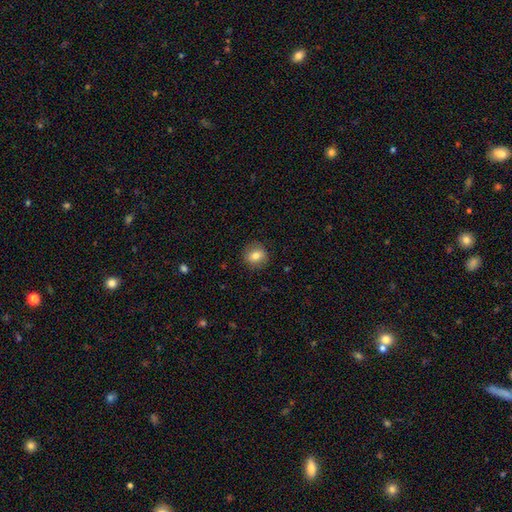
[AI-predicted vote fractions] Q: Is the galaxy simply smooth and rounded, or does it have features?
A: smooth — 76%.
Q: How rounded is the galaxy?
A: round — 79%.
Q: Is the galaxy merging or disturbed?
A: none — 87%.